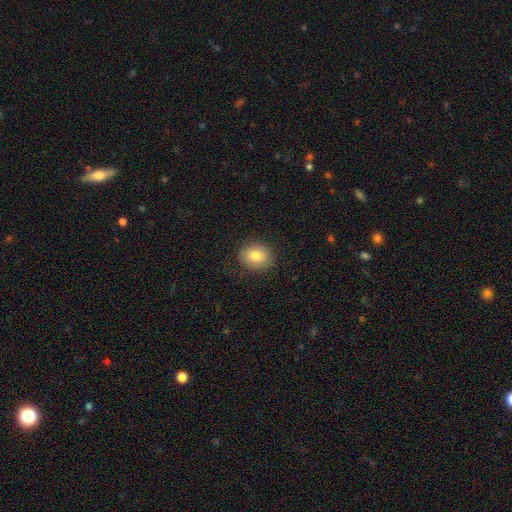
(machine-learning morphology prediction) Overall: smooth (83%). How rounded: round (60%; in between 39%). Merging: none (86%).